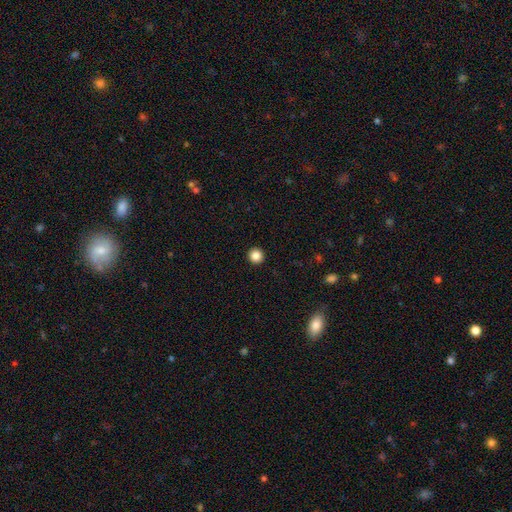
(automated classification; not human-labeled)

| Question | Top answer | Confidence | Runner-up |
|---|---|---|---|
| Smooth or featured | smooth | 86% | star or artifact (11%) |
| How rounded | round | 95% | in between (4%) |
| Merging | none | 94% | minor disturbance (4%) |